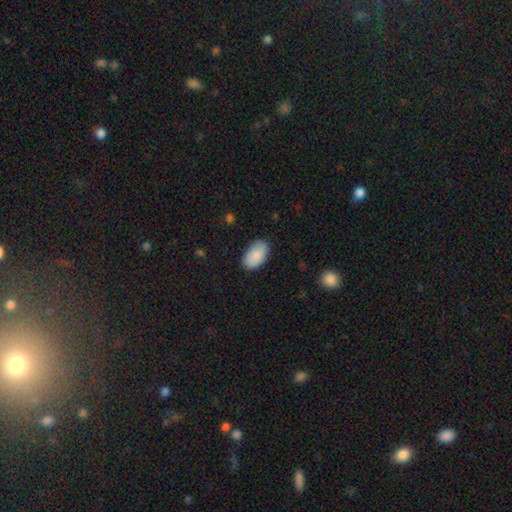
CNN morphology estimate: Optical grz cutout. It shows a smooth galaxy with no disk features (89%) that is in between round and cigar-shaped (95%). Merging: none (81%).